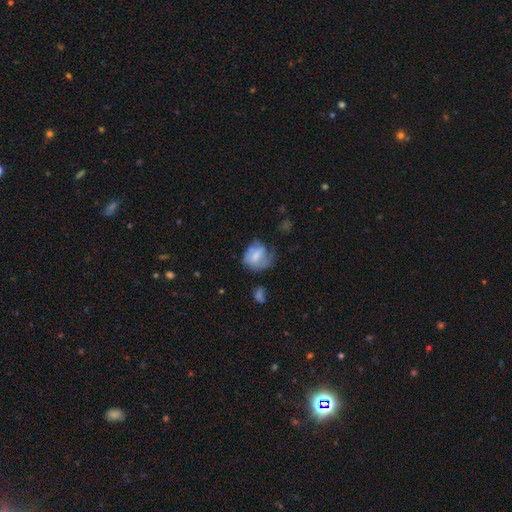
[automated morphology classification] smooth-or-featured: smooth: 51% | featured or disk: 40% | star or artifact: 8%
  how-rounded: round: 54% | in between: 44% | cigar-shaped: 2%
  merging: none: 39% | minor disturbance: 29% | major disturbance: 27% | merger: 5%